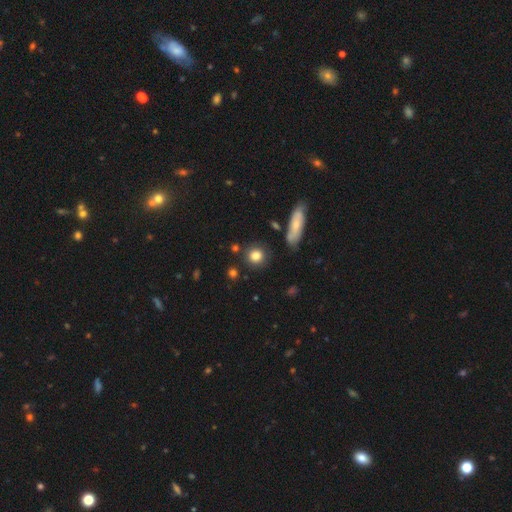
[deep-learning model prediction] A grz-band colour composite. It shows a smooth galaxy with no disk features (83%) that is round (83%). Merging: none (82%).